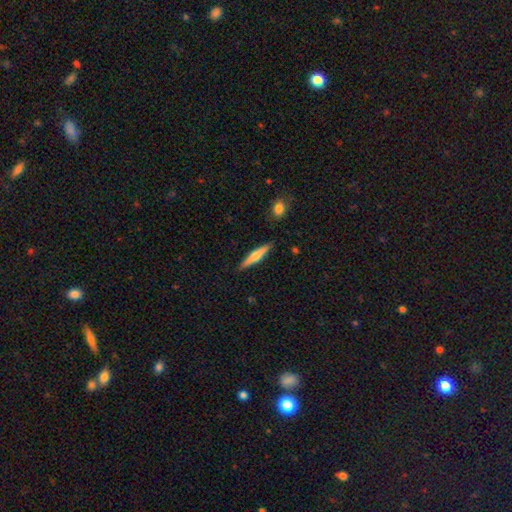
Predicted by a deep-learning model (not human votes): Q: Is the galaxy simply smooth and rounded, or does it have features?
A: smooth — 48%.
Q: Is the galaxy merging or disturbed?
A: none — 89%.